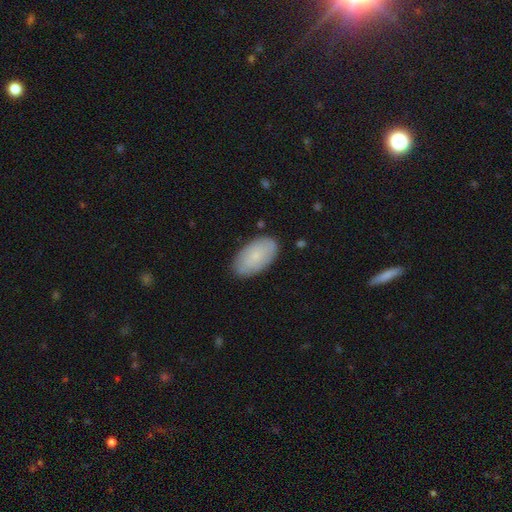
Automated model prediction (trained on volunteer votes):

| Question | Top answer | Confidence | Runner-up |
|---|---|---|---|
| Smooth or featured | smooth | 69% | featured or disk (25%) |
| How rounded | in between | 95% | round (4%) |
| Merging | none | 83% | minor disturbance (13%) |